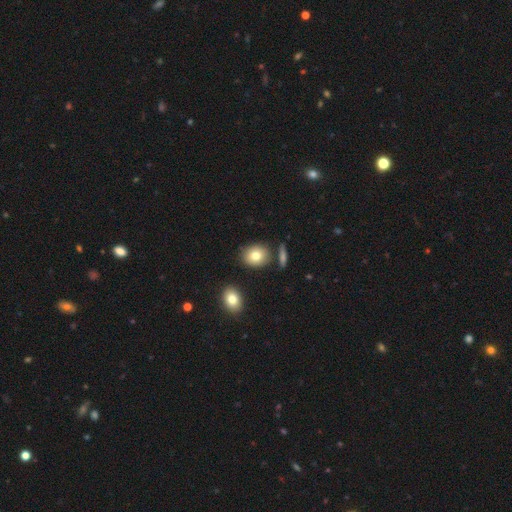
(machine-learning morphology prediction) smooth 79%, featured or disk 12%, star or artifact 9%. Down the decision tree: how rounded — round (56%); merging — none (79%).